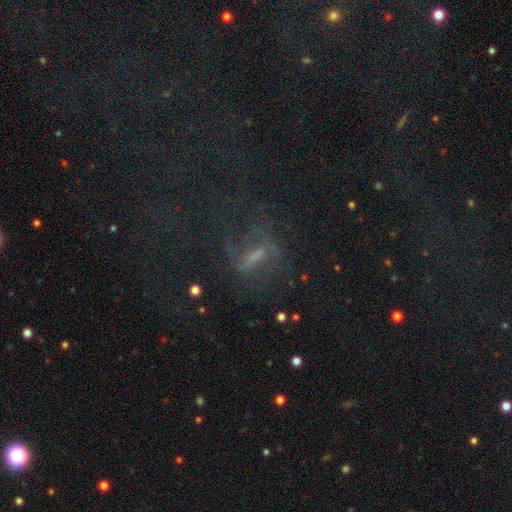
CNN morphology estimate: Overall: featured or disk (41%; star or artifact 35%). Merging: none (53%; major disturbance 26%).